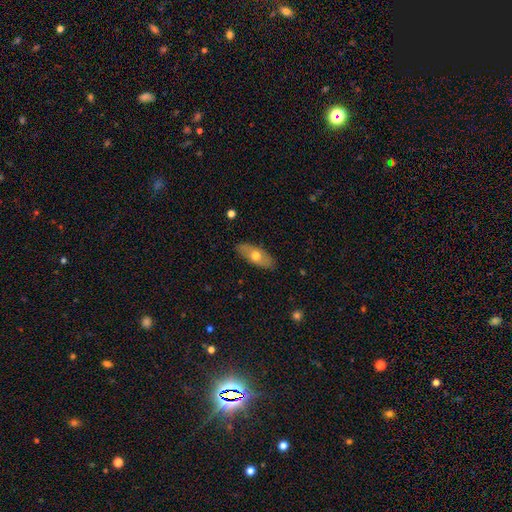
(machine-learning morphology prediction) smooth-or-featured: smooth: 60% | featured or disk: 34% | star or artifact: 6%
  how-rounded: in between: 79% | cigar-shaped: 17% | round: 4%
  merging: none: 86% | minor disturbance: 11% | major disturbance: 2% | merger: 1%